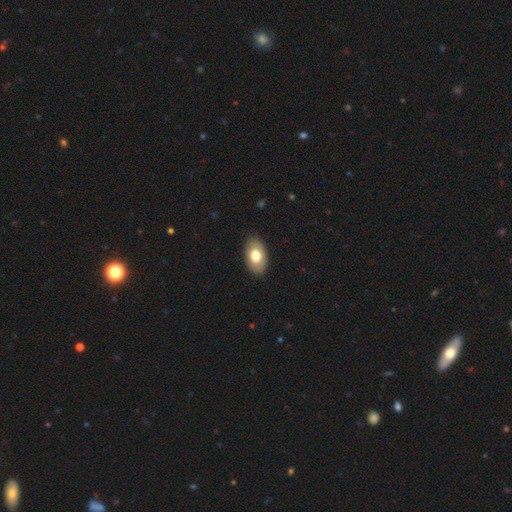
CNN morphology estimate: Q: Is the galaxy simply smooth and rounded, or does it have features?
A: smooth — 72%.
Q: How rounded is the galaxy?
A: in between — 93%.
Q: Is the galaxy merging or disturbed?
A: none — 87%.